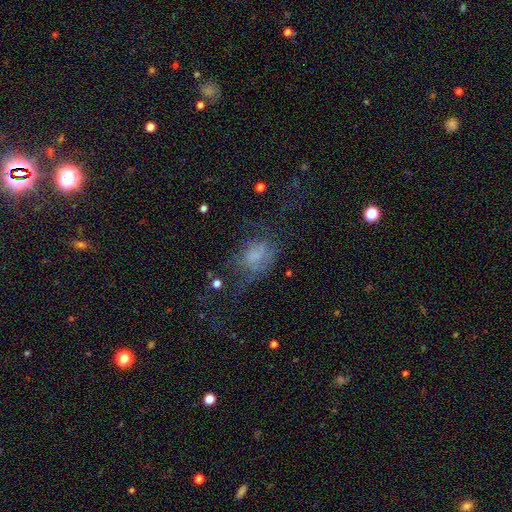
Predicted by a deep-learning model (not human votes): smooth-or-featured: smooth: 43% | featured or disk: 38% | star or artifact: 19%
  merging: major disturbance: 44% | none: 32% | minor disturbance: 20% | merger: 4%